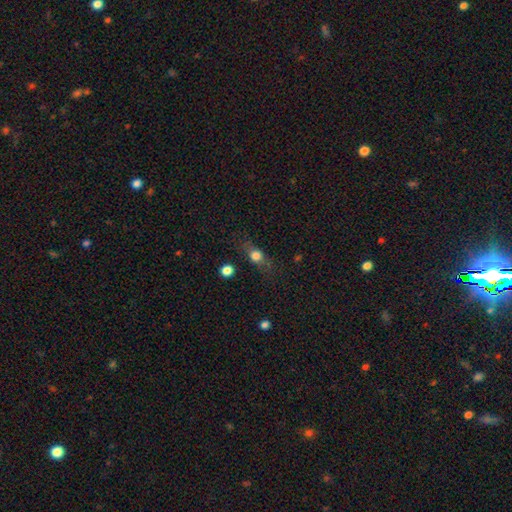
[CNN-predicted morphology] Smooth or featured?
  - smooth: 68% *
  - featured or disk: 21%
  - star or artifact: 11%
How rounded?
  - in between: 47% *
  - round: 33%
  - cigar-shaped: 19%
Merging?
  - none: 69% *
  - minor disturbance: 19%
  - major disturbance: 9%
  - merger: 3%